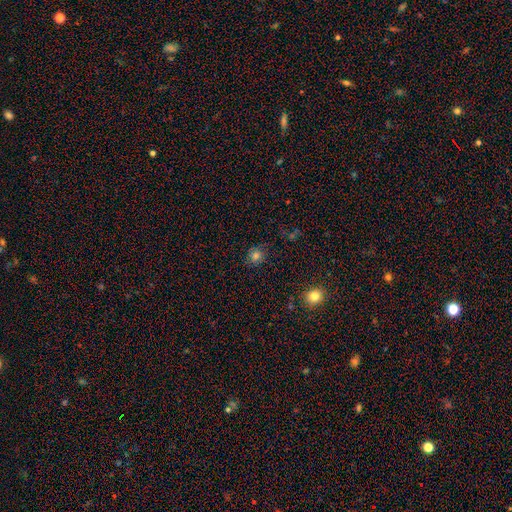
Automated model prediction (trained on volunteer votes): The model was most divided on "how rounded": round: 74%, in between: 25%, cigar-shaped: 1%. More confident: merging — none (82%); smooth or featured — smooth (75%).